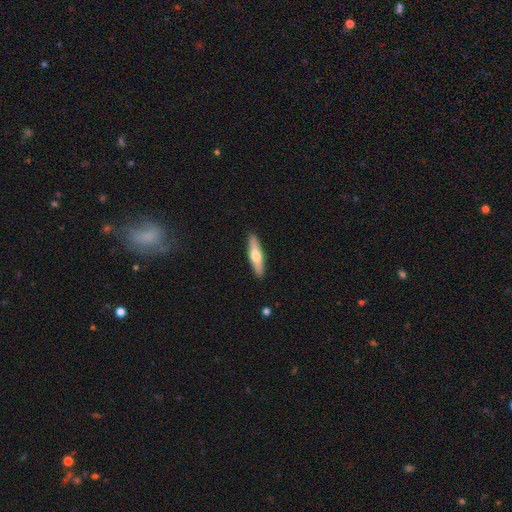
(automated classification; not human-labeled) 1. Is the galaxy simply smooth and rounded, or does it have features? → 56% smooth, 39% featured or disk, 5% star or artifact.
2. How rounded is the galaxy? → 74% cigar-shaped, 24% in between, 2% round.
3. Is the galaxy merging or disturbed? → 91% none, 7% minor disturbance, 1% major disturbance, 1% merger.